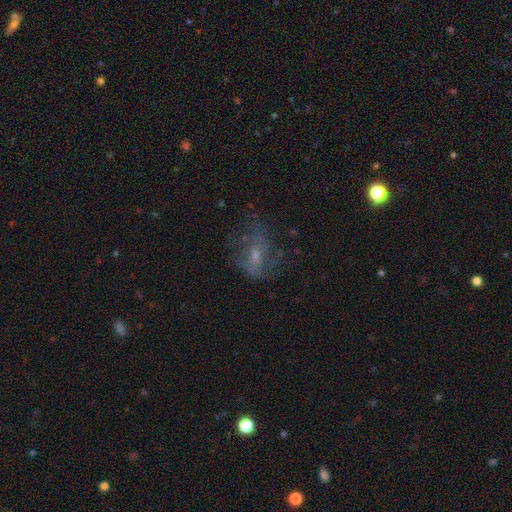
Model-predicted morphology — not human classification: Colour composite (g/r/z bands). It shows a featured or disk galaxy (53%) with no bar (59%), no spiral arms (53%) and a small central bulge (50%). Merging: none (46%).